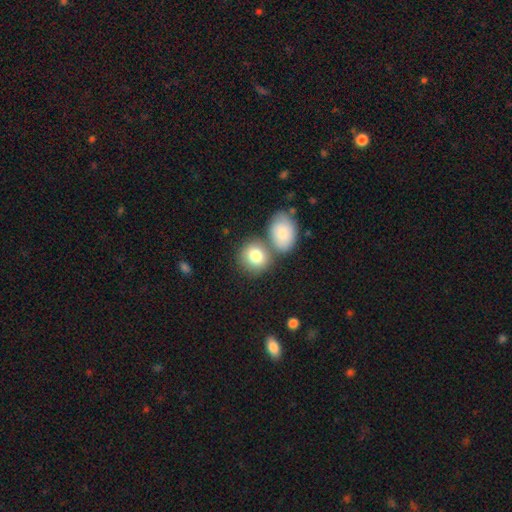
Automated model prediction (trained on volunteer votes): Smooth or featured: smooth — 82% (featured or disk — 11%)
How rounded: round — 72% (in between — 26%)
Merging: none — 54% (merger — 32%)